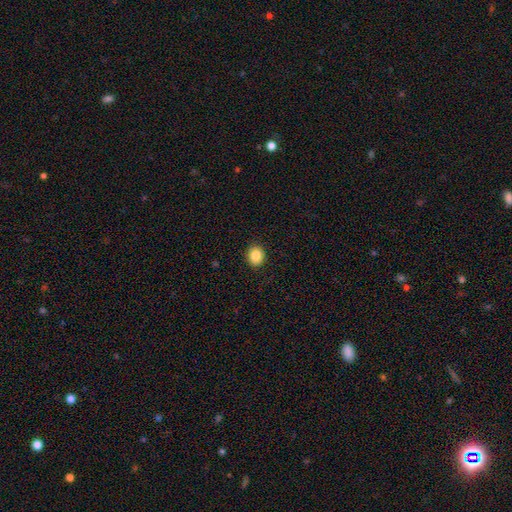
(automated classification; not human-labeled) Smooth or featured? smooth (87%)
How rounded? round (64%)
Merging? none (91%)